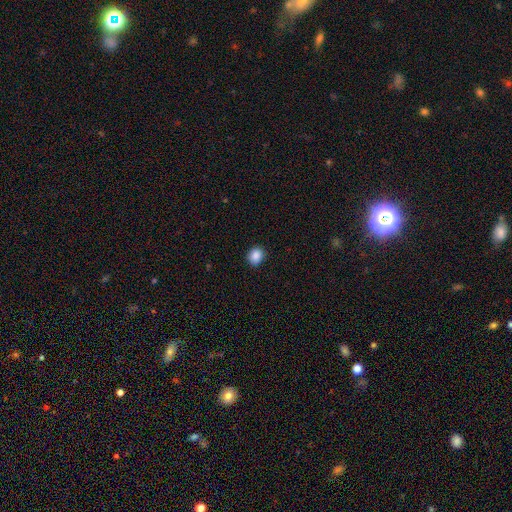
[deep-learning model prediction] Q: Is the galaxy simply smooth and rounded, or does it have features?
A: smooth — 89%.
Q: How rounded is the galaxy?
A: round — 68%.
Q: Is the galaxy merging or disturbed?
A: none — 90%.